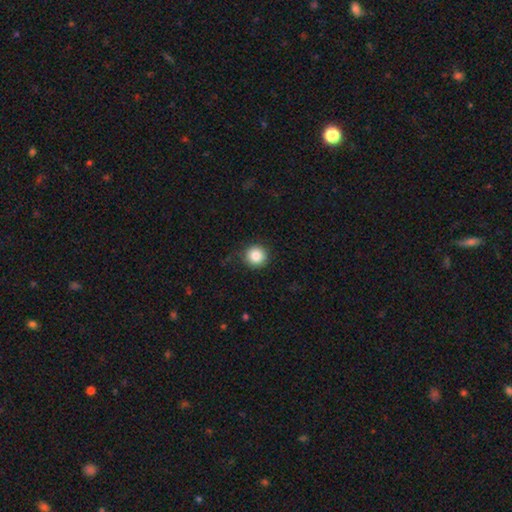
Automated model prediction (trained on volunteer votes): This is clearly a smooth galaxy (86%). How rounded: clearly round (94%). Merging: clearly none (87%).